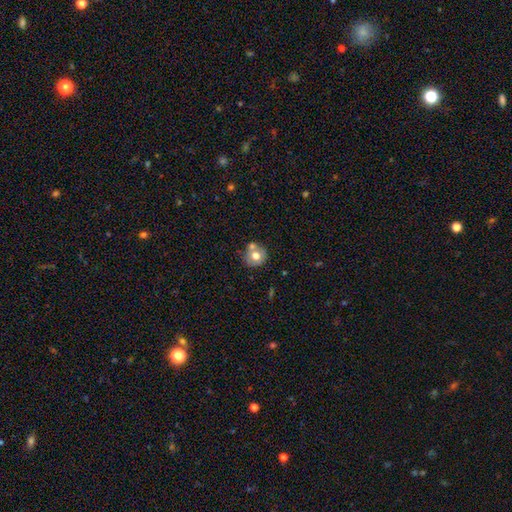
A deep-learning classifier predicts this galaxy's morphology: The model was most divided on "merging": none: 58%, merger: 26%, minor disturbance: 12%, major disturbance: 4%. More confident: how rounded — round (85%); smooth or featured — smooth (64%).